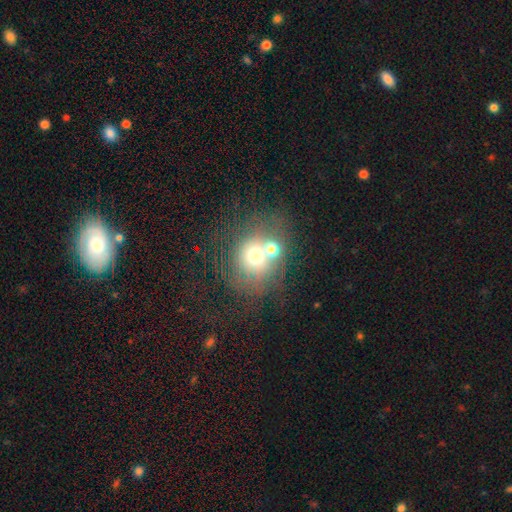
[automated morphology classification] Q: Smooth or featured?
A: smooth (57%); runner-up: featured or disk (24%)
Q: How rounded?
A: round (77%); runner-up: in between (22%)
Q: Merging?
A: merger (43%); runner-up: none (36%)